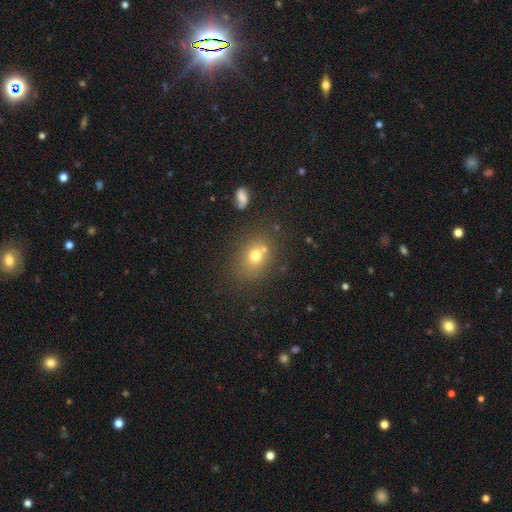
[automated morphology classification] Smooth or featured? smooth (69%)
How rounded? round (54%)
Merging? none (67%)